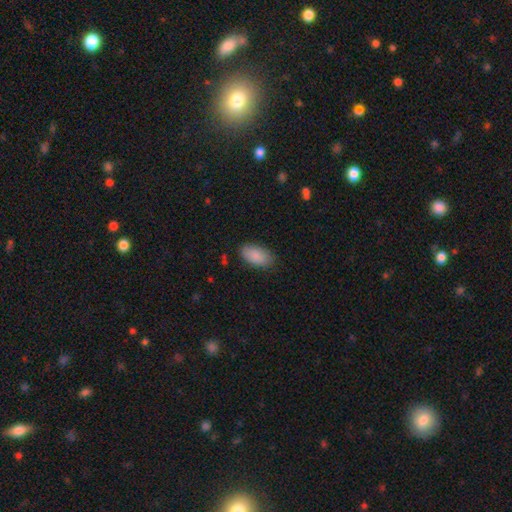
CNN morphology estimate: The model was most divided on "merging": none: 84%, minor disturbance: 13%, major disturbance: 3%, merger: 1%. More confident: how rounded — in between (94%); smooth or featured — smooth (89%).